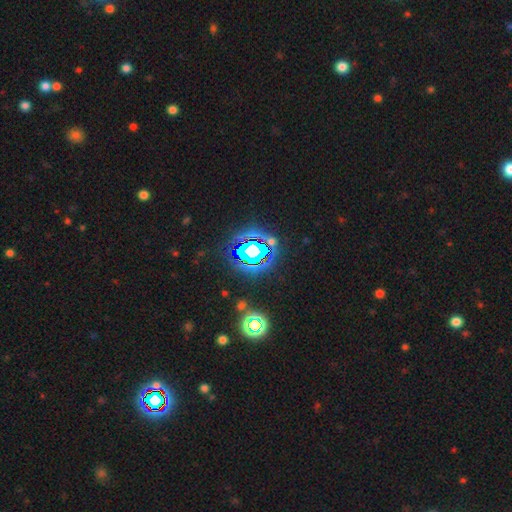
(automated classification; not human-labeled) This appears to be a star or artifact, not a galaxy (79%).